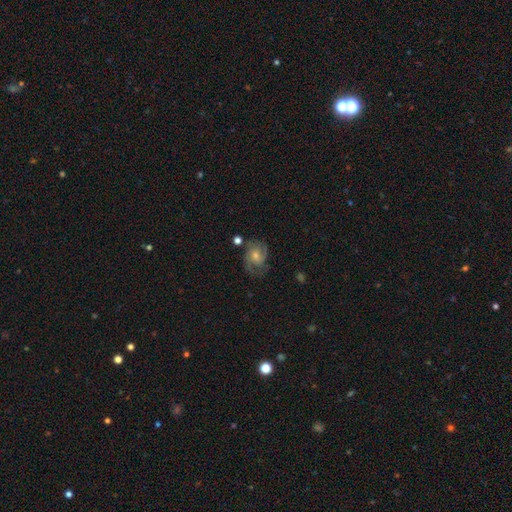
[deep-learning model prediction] Overall: featured or disk (70%). Edge-on disk: no (97%). Bar: no (65%; weak 30%). Spiral arms: yes (92%). Spiral arm count: 2 (47%; can't tell 23%). Spiral winding: tight (44%; medium 43%). Bulge size: moderate (50%; small 41%). Merging: none (70%).